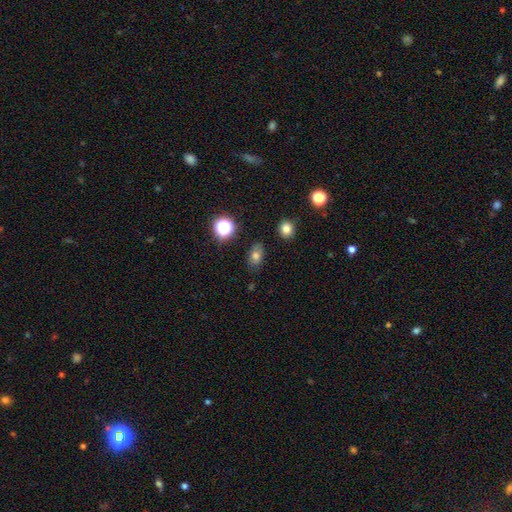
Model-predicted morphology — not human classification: smooth 73%, star or artifact 17%, featured or disk 10%. Down the decision tree: how rounded — in between (77%); merging — none (79%).